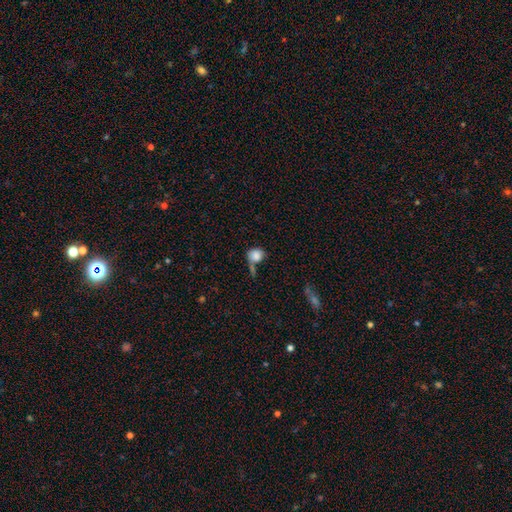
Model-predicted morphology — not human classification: smooth_or_featured: smooth (p=0.84) [alt: star or artifact p=0.09]
how_rounded: round (p=0.68) [alt: in between p=0.31]
merging: none (p=0.45) [alt: merger p=0.24]